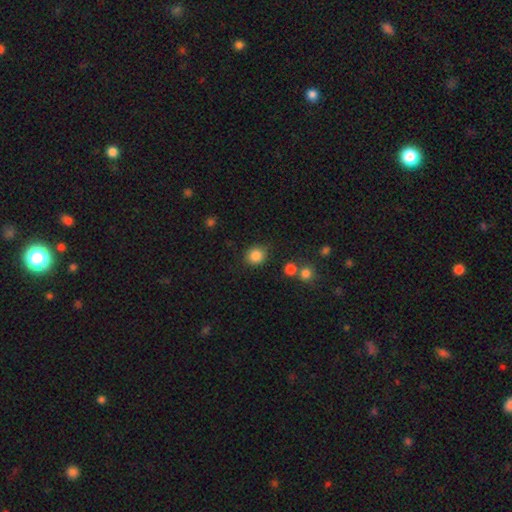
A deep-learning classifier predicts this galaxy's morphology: smooth_or_featured: smooth (p=0.86) [alt: star or artifact p=0.10]
how_rounded: round (p=0.83) [alt: in between p=0.16]
merging: none (p=0.83) [alt: minor disturbance p=0.10]